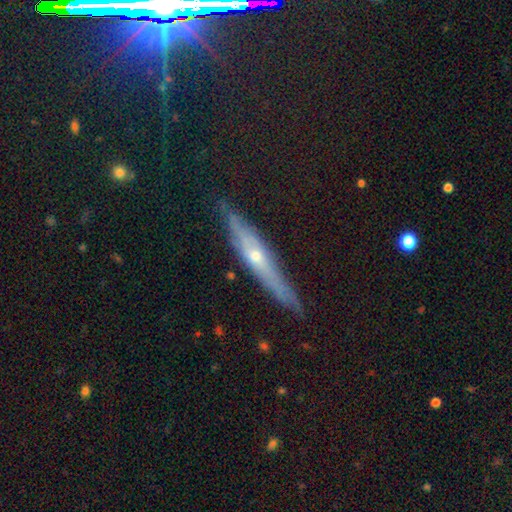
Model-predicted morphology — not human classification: Smooth or featured?
  - featured or disk: 65% *
  - smooth: 21%
  - star or artifact: 14%
Edge-on disk?
  - yes: 85% *
  - no: 15%
Edge-on bulge?
  - rounded: 77% *
  - none: 19%
  - boxy: 4%
Merging?
  - none: 82% *
  - minor disturbance: 14%
  - major disturbance: 2%
  - merger: 1%